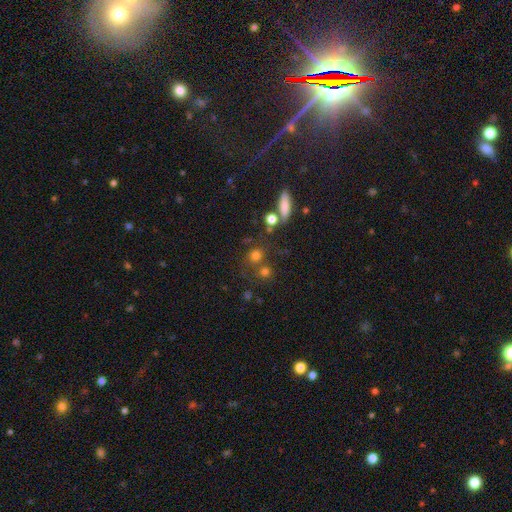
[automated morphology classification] This appears to be a smooth galaxy with no disk features (73%) that is round (82%). Merging: none (62%).